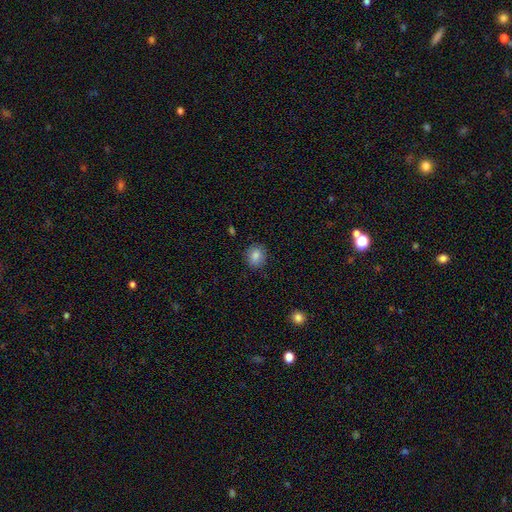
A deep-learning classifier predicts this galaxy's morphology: Q: Smooth or featured?
A: smooth (84%); runner-up: star or artifact (9%)
Q: How rounded?
A: round (74%); runner-up: in between (25%)
Q: Merging?
A: none (86%); runner-up: minor disturbance (10%)